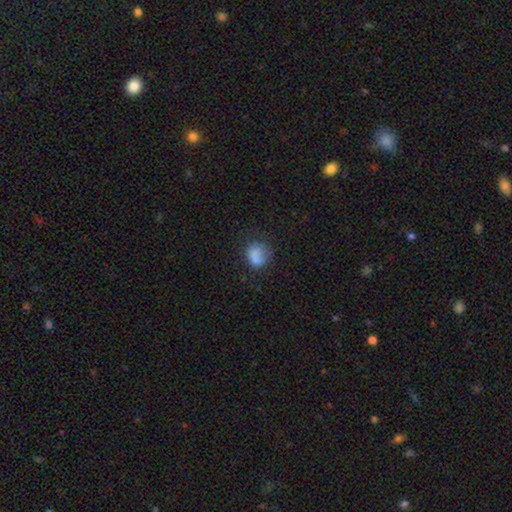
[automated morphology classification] Q: Smooth or featured?
A: smooth (80%); runner-up: star or artifact (11%)
Q: How rounded?
A: round (67%); runner-up: in between (32%)
Q: Merging?
A: none (59%); runner-up: minor disturbance (25%)